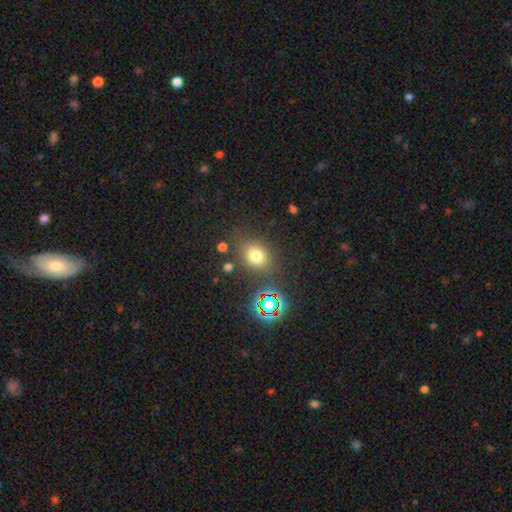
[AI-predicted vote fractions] Smooth or featured: smooth — 70% (star or artifact — 21%)
How rounded: round — 54% (in between — 45%)
Merging: none — 78% (minor disturbance — 12%)